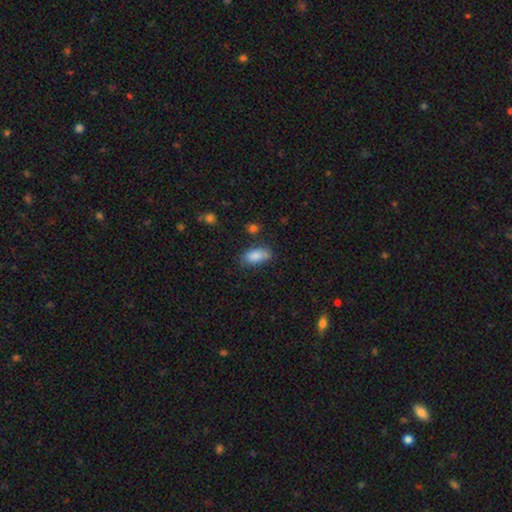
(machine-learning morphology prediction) Smooth or featured?
  - smooth: 85% *
  - featured or disk: 8%
  - star or artifact: 7%
How rounded?
  - in between: 89% *
  - cigar-shaped: 7%
  - round: 4%
Merging?
  - none: 67% *
  - minor disturbance: 23%
  - major disturbance: 6%
  - merger: 5%